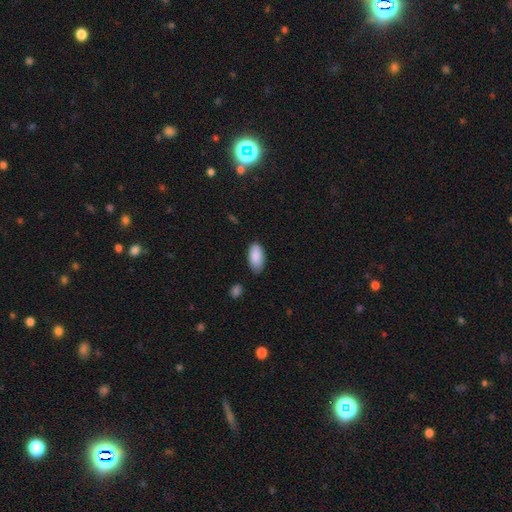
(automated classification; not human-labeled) Q: Smooth or featured?
A: smooth (89%); runner-up: star or artifact (6%)
Q: How rounded?
A: in between (94%); runner-up: cigar-shaped (4%)
Q: Merging?
A: none (73%); runner-up: minor disturbance (21%)